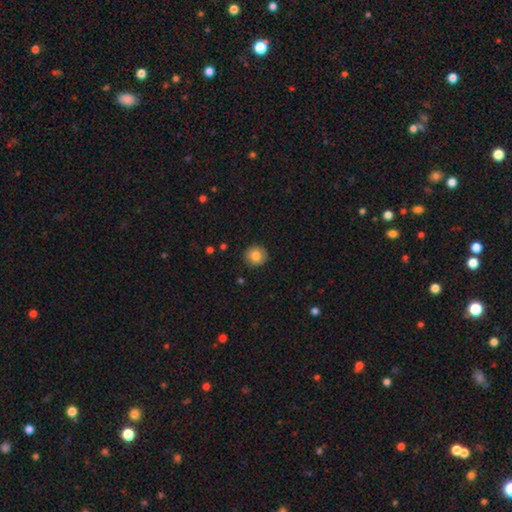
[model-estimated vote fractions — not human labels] smooth-or-featured: smooth: 82% | featured or disk: 9% | star or artifact: 9%
  how-rounded: round: 92% | in between: 7% | cigar-shaped: 1%
  merging: none: 90% | minor disturbance: 7% | major disturbance: 2% | merger: 1%